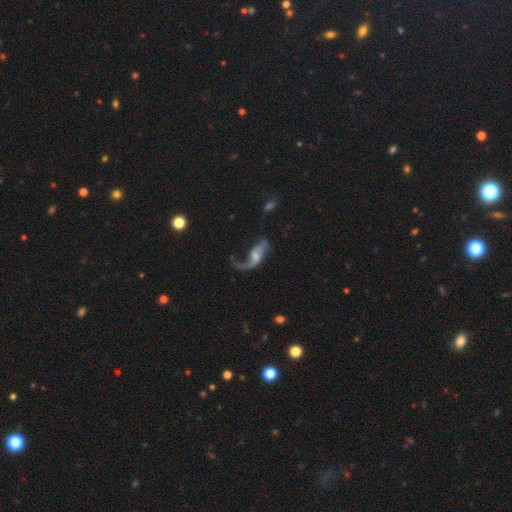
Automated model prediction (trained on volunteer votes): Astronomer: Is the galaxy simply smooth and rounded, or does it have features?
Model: featured or disk — 76%.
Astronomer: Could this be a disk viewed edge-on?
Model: no — 93%.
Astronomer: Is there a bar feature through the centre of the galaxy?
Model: no — 51% (runner-up: weak, 38%).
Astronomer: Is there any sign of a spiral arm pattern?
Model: yes — 88%.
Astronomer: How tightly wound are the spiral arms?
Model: loose — 85%.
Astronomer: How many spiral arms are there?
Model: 2 — 61%.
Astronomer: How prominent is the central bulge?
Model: small — 41% (runner-up: moderate, 37%).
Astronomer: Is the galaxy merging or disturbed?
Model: major disturbance — 40% (runner-up: none, 36%).